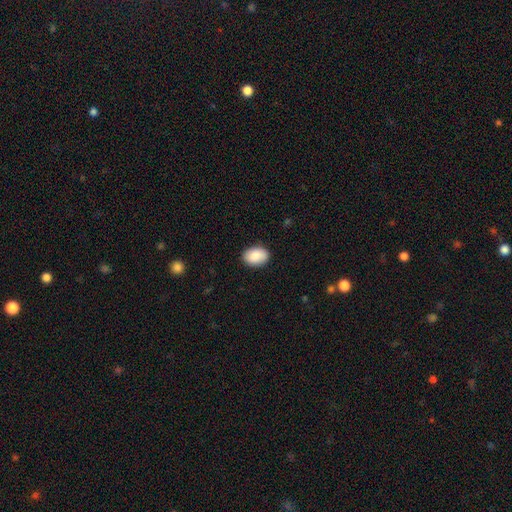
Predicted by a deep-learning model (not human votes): Smooth or featured? Predicted: smooth (p=0.88). How rounded? Predicted: in between (p=0.83). Merging? Predicted: none (p=0.88).